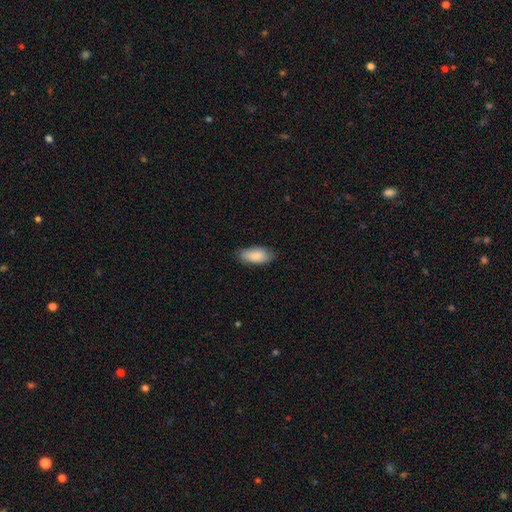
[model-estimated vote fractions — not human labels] Q: Smooth or featured?
A: smooth (87%); runner-up: featured or disk (7%)
Q: How rounded?
A: in between (87%); runner-up: cigar-shaped (11%)
Q: Merging?
A: none (82%); runner-up: minor disturbance (15%)